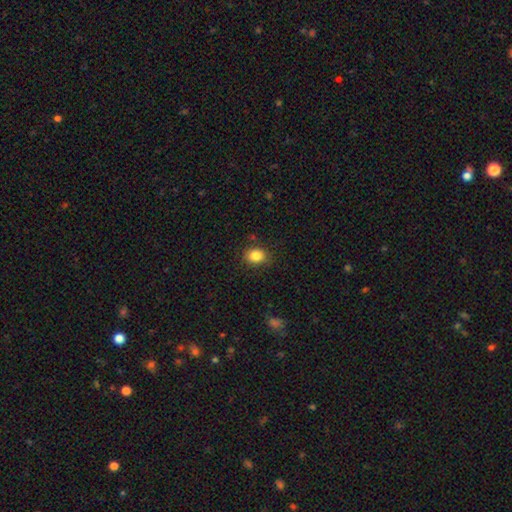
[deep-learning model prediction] Morphology: type=smooth (84%); roundness=in between (50%); merging=none (84%).